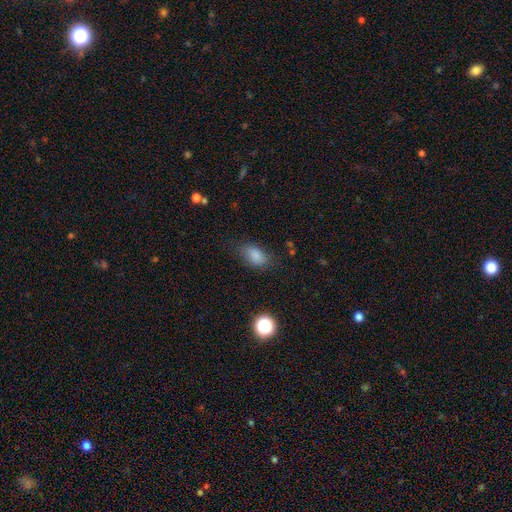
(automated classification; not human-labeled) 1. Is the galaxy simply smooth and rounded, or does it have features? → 83% smooth, 10% star or artifact, 6% featured or disk.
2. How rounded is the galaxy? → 87% in between, 10% round, 3% cigar-shaped.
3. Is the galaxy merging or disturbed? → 72% none, 20% minor disturbance, 7% major disturbance, 2% merger.